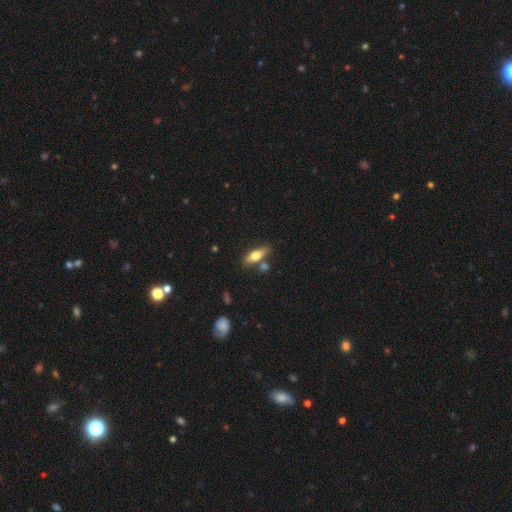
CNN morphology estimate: smooth-or-featured: smooth: 65% | featured or disk: 28% | star or artifact: 7%
  how-rounded: in between: 61% | cigar-shaped: 36% | round: 3%
  merging: none: 70% | minor disturbance: 13% | merger: 13% | major disturbance: 4%